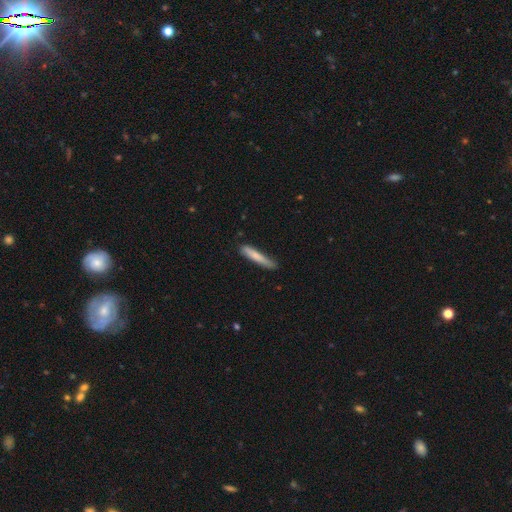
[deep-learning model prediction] This is likely a smooth galaxy (77%). How rounded: clearly cigar-shaped (93%). Merging: likely none (72%).